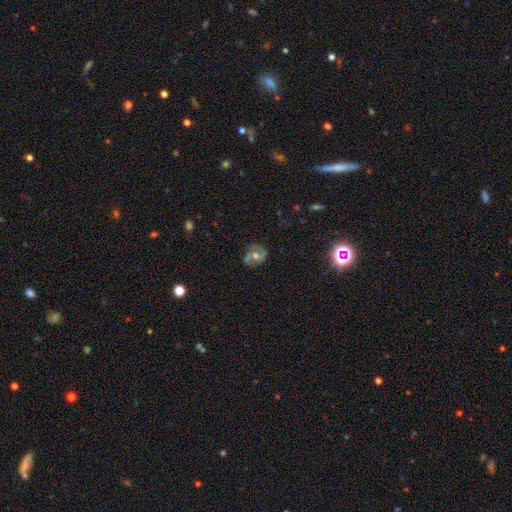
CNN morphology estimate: Smooth or featured?
  - featured or disk: 68% *
  - smooth: 18%
  - star or artifact: 14%
Edge-on disk?
  - no: 97% *
  - yes: 3%
Bar?
  - no: 58% *
  - weak: 31%
  - strong: 12%
Spiral arms?
  - yes: 87% *
  - no: 13%
Spiral winding?
  - medium: 48% *
  - tight: 27%
  - loose: 25%
Spiral arm count?
  - 2: 75% *
  - can't tell: 11%
  - 1: 5%
  - 3: 5%
  - 4: 2%
  - more than 4: 2%
Bulge size?
  - moderate: 69% *
  - small: 24%
  - large: 4%
  - none: 2%
  - dominant: 1%
Merging?
  - none: 71% *
  - minor disturbance: 18%
  - major disturbance: 9%
  - merger: 2%